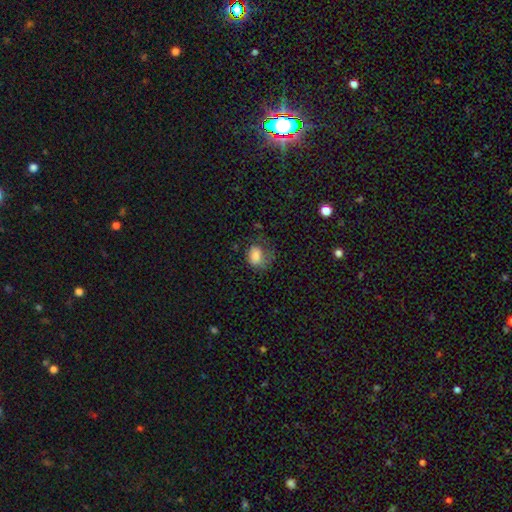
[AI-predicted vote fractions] Smooth or featured? Predicted: smooth (p=0.79). How rounded? Predicted: in between (p=0.63). Merging? Predicted: none (p=0.40).